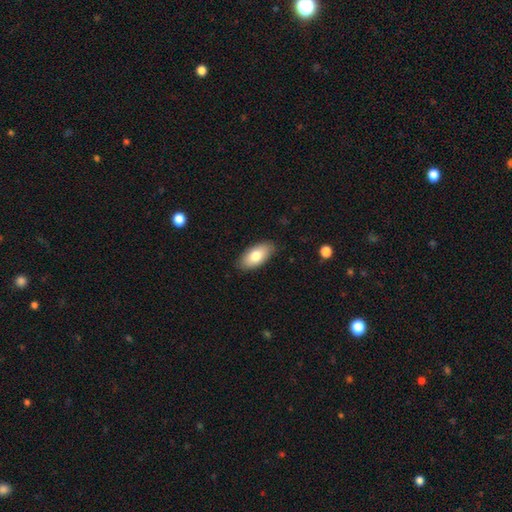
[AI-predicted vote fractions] smooth 77%, featured or disk 17%, star or artifact 6%. Down the decision tree: how rounded — in between (92%); merging — none (86%).